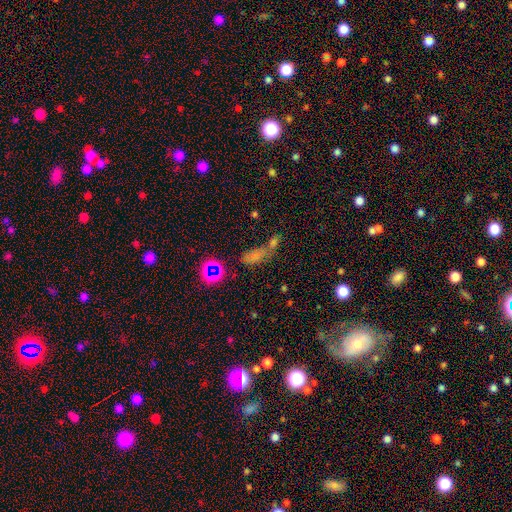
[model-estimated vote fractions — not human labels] smooth-or-featured: smooth: 57% | star or artifact: 29% | featured or disk: 14%
  how-rounded: in between: 72% | cigar-shaped: 16% | round: 11%
  merging: merger: 45% | none: 35% | minor disturbance: 12% | major disturbance: 8%